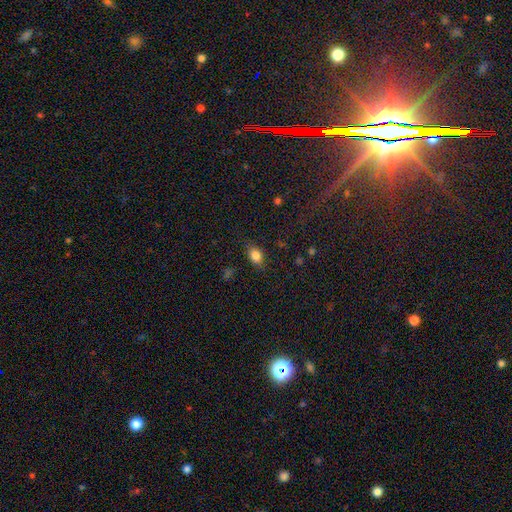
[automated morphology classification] Smooth or featured: smooth — 82% (star or artifact — 10%)
How rounded: in between — 73% (round — 25%)
Merging: none — 80% (minor disturbance — 15%)